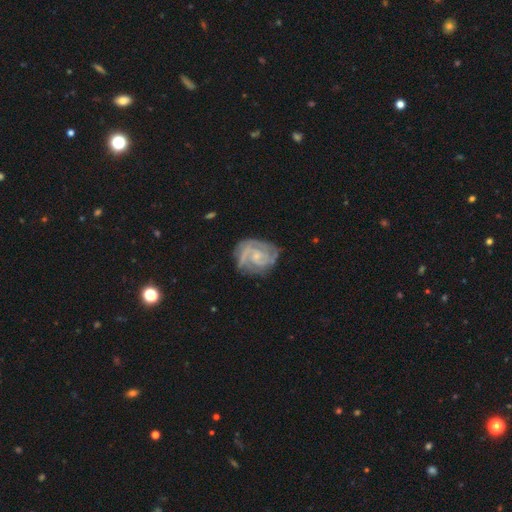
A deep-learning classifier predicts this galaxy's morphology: The model was most divided on "bar": no: 55%, weak: 37%, strong: 7%. Remaining: edge-on disk — no (98%); spiral arms — yes (97%); smooth or featured — featured or disk (87%); merging — none (71%); bulge size — small (66%); spiral winding — tight (60%); spiral arm count — 2 (48%).